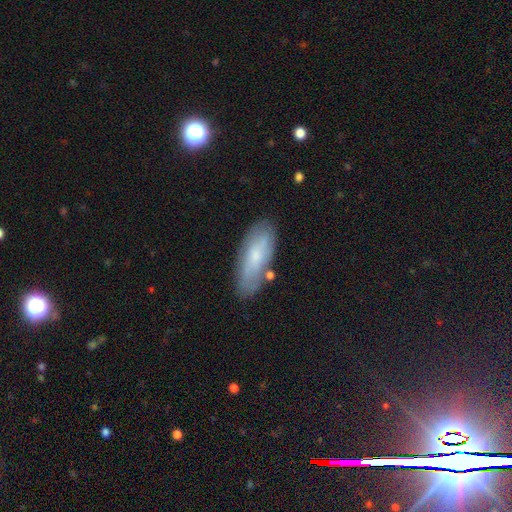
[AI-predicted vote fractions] This is possibly a smooth galaxy (58%). How rounded: likely in between (70%). Merging: likely none (76%).